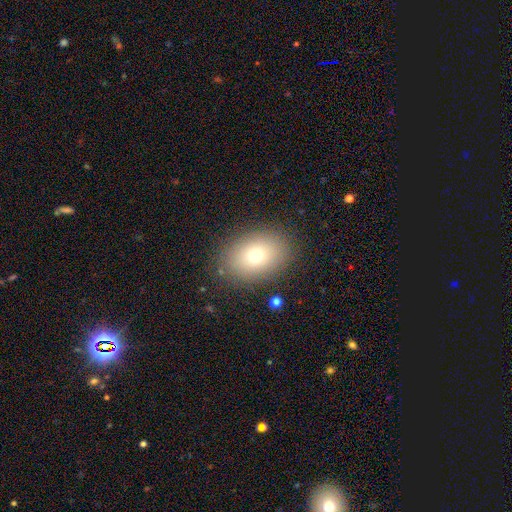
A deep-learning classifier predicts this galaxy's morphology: smooth 74%, featured or disk 14%, star or artifact 12%. Down the decision tree: how rounded — in between (75%); merging — none (86%).